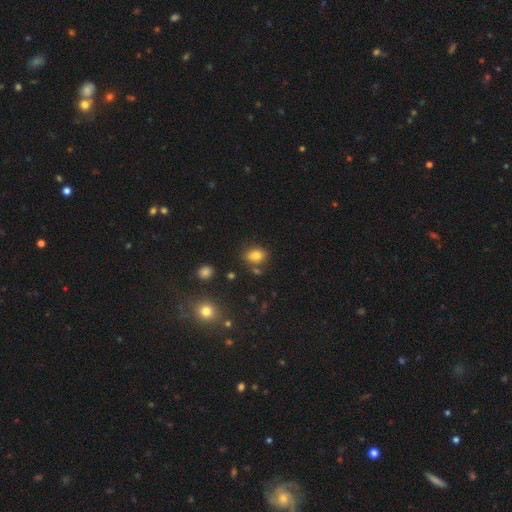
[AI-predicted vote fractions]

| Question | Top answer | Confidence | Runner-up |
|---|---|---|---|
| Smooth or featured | smooth | 80% | star or artifact (12%) |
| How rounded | in between | 58% | round (41%) |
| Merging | none | 76% | minor disturbance (12%) |